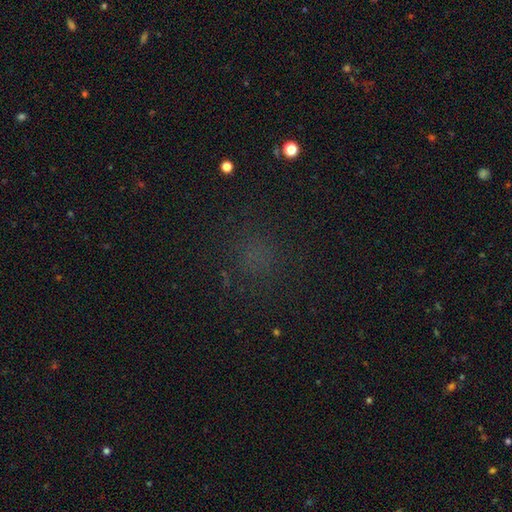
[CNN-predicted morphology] smooth_or_featured: smooth (p=0.52) [alt: star or artifact p=0.39]
how_rounded: round (p=0.86) [alt: in between p=0.13]
merging: none (p=0.81) [alt: minor disturbance p=0.10]